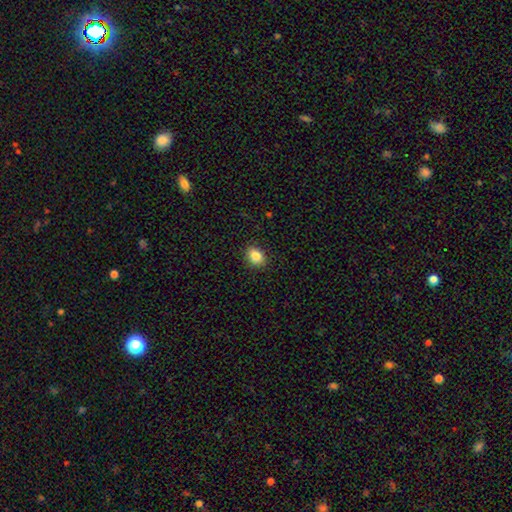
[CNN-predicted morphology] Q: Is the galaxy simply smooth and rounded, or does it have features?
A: smooth — 85%.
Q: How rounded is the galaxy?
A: in between — 54%.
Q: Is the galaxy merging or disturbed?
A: none — 89%.